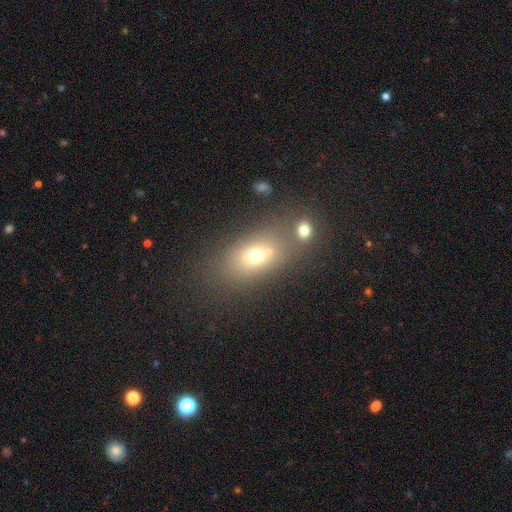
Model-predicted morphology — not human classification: Overall: smooth (67%). How rounded: in between (72%). Merging: none (53%; merger 28%).